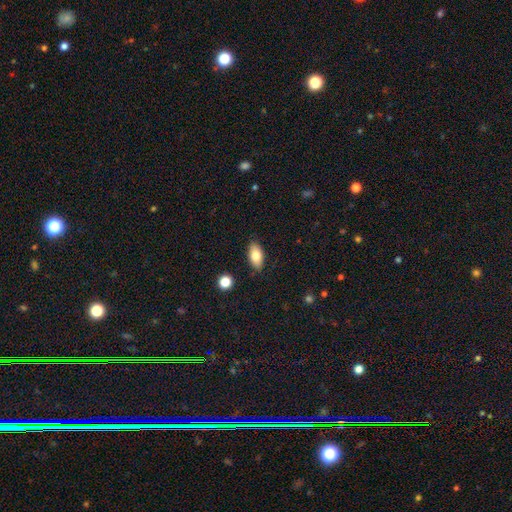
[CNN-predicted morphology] Smooth or featured?
  - smooth: 79% *
  - featured or disk: 14%
  - star or artifact: 7%
How rounded?
  - in between: 91% *
  - cigar-shaped: 5%
  - round: 4%
Merging?
  - none: 86% *
  - minor disturbance: 10%
  - major disturbance: 2%
  - merger: 2%